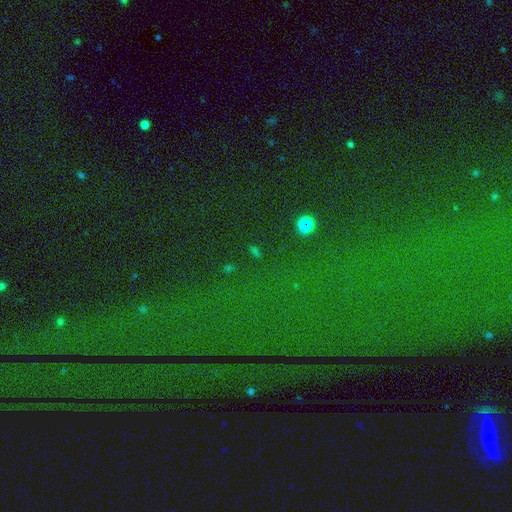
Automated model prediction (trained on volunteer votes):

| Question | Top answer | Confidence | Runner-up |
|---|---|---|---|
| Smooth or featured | star or artifact | 81% | smooth (11%) |